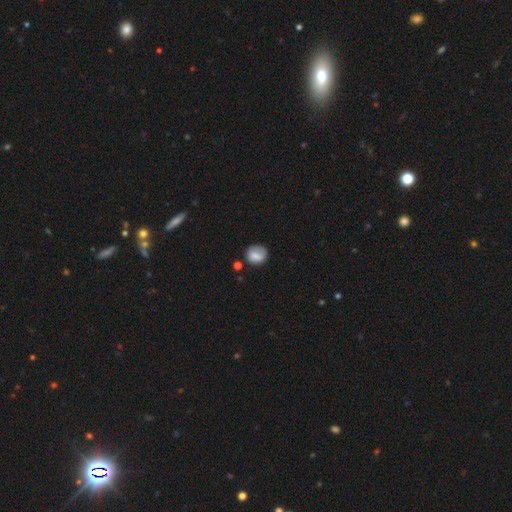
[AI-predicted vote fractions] smooth-or-featured: smooth: 77% | featured or disk: 15% | star or artifact: 8%
  how-rounded: round: 69% | in between: 30% | cigar-shaped: 1%
  merging: none: 65% | minor disturbance: 23% | major disturbance: 8% | merger: 4%